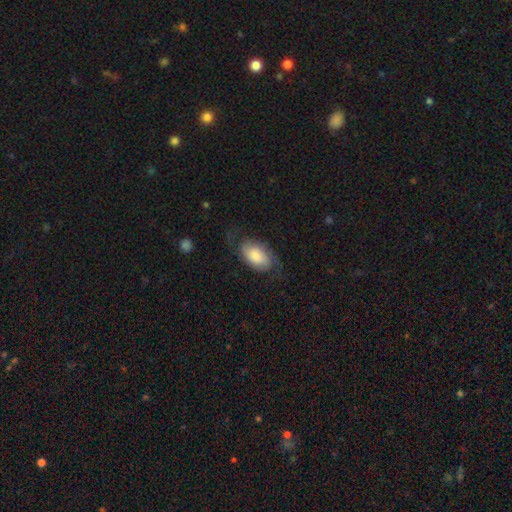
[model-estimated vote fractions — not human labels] smooth 53%, featured or disk 40%, star or artifact 7%. Down the decision tree: how rounded — in between (93%); merging — none (62%).